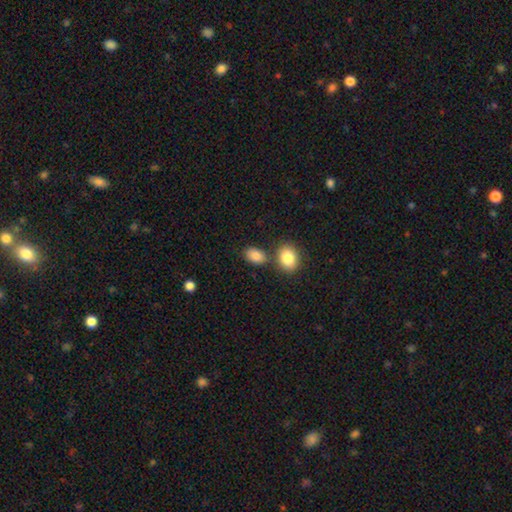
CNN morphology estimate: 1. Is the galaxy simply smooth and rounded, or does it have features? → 85% smooth, 8% star or artifact, 6% featured or disk.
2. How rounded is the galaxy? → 80% in between, 19% round, 1% cigar-shaped.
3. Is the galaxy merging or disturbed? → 68% none, 17% merger, 12% minor disturbance, 3% major disturbance.